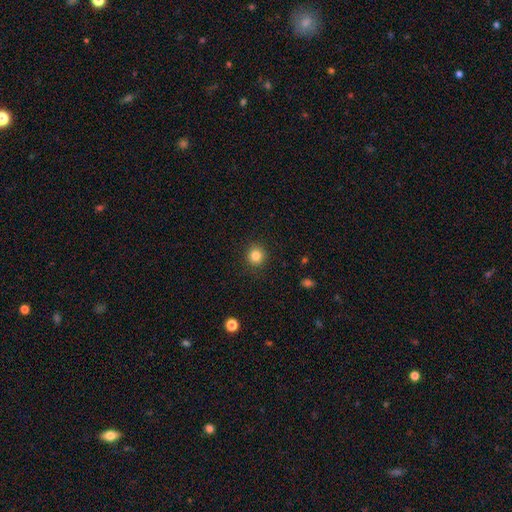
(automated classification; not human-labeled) The model was most divided on "smooth or featured": smooth: 83%, star or artifact: 11%, featured or disk: 5%. More confident: how rounded — round (92%); merging — none (91%).